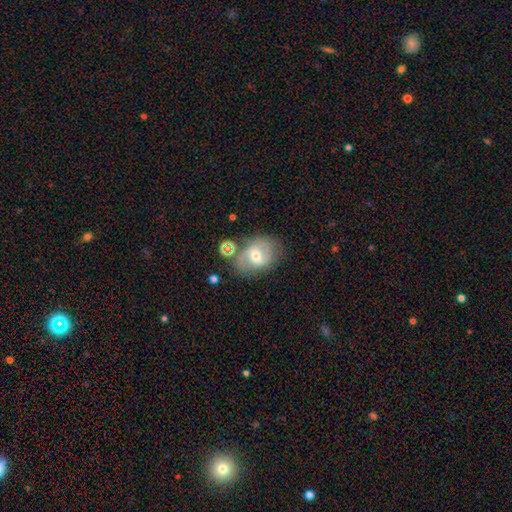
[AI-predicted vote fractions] Overall: featured or disk (55%; smooth 35%). Edge-on disk: no (95%). Bar: weak (51%; no 25%). Spiral arms: yes (70%). Bulge size: moderate (60%; small 33%). Merging: none (62%).